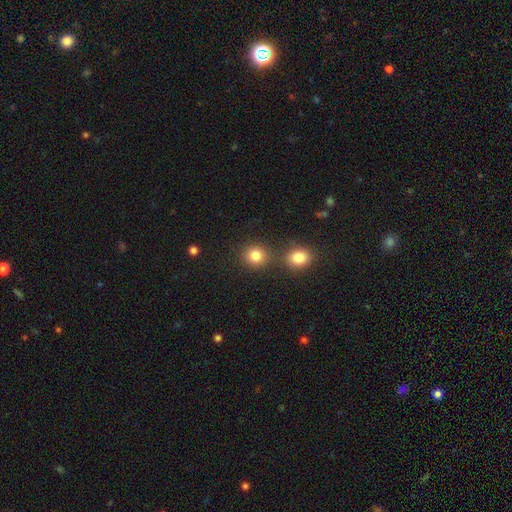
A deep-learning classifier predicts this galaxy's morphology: smooth_or_featured: smooth (p=0.82) [alt: star or artifact p=0.13]
how_rounded: round (p=0.85) [alt: in between p=0.14]
merging: none (p=0.70) [alt: merger p=0.19]